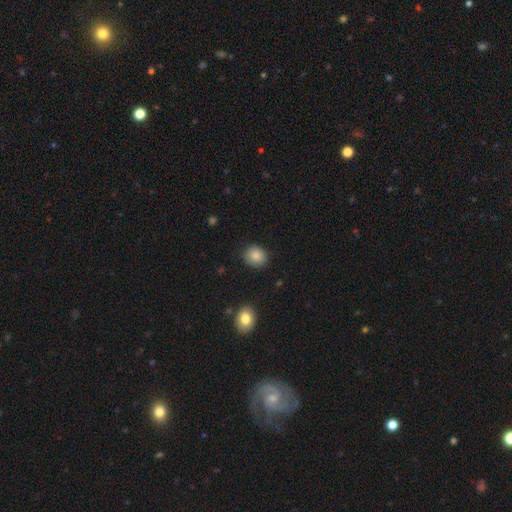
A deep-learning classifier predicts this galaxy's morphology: This appears to be a smooth galaxy with no disk features (86%) that is round (72%). Merging: none (84%).